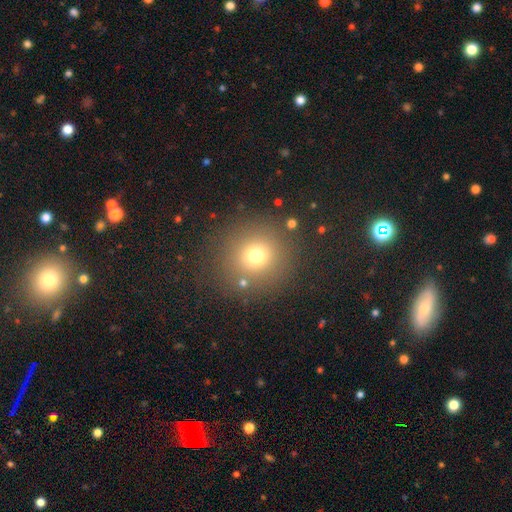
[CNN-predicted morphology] smooth-or-featured: smooth: 71% | star or artifact: 18% | featured or disk: 10%
  how-rounded: round: 91% | in between: 8% | cigar-shaped: 1%
  merging: none: 83% | minor disturbance: 8% | major disturbance: 5% | merger: 3%